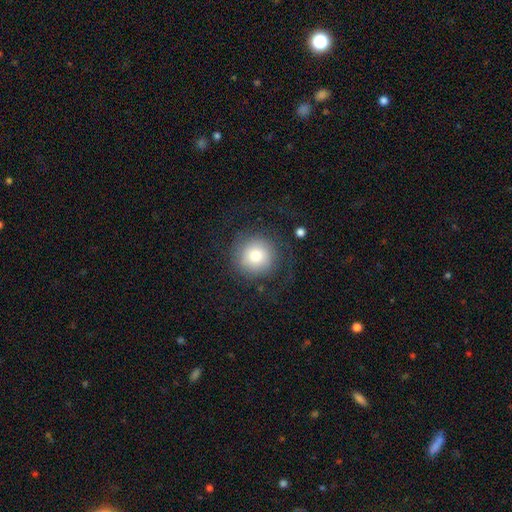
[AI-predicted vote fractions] A smooth galaxy with no disk features (67%) that is round (94%).

Vote fractions:
- Smooth or featured? smooth: 67% / featured or disk: 23% / star or artifact: 10%
- How rounded? round: 94% / in between: 5% / cigar-shaped: 1%
- Merging? none: 73% / major disturbance: 14% / minor disturbance: 12% / merger: 1%